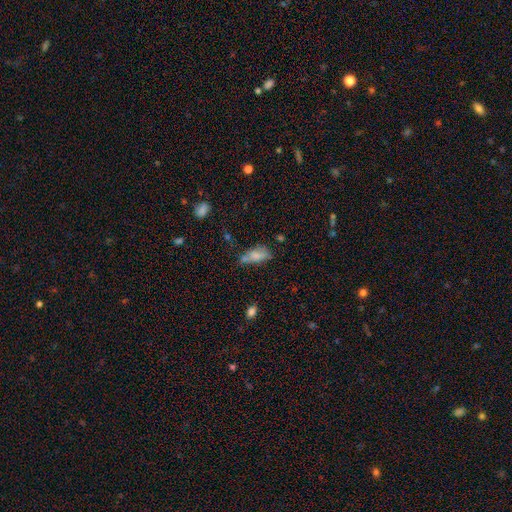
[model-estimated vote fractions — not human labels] This appears to be a smooth galaxy with no disk features (67%) that is in between round and cigar-shaped (81%). Merging: none (36%).